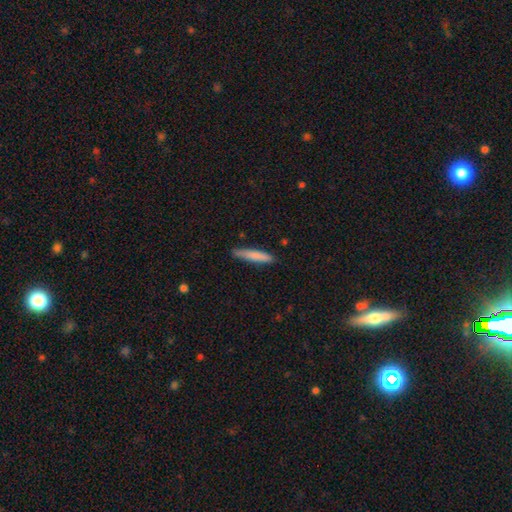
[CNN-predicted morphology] Smooth or featured: smooth — 79% (featured or disk — 15%)
How rounded: cigar-shaped — 92% (in between — 7%)
Merging: none — 85% (minor disturbance — 12%)